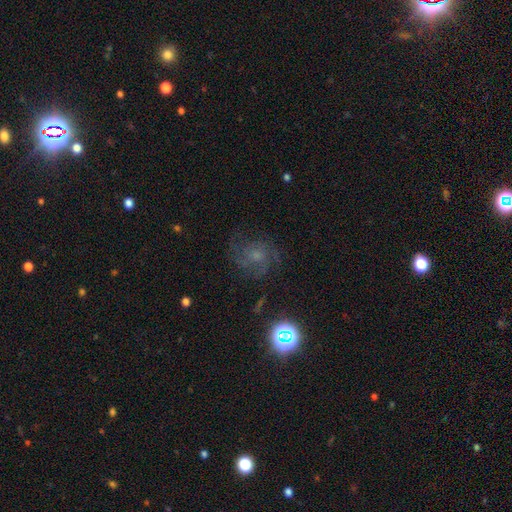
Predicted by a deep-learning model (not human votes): Q: Smooth or featured?
A: featured or disk (60%); runner-up: star or artifact (21%)
Q: Edge-on disk?
A: no (97%); runner-up: yes (3%)
Q: Bar?
A: no (72%); runner-up: weak (24%)
Q: Spiral arms?
A: yes (90%); runner-up: no (10%)
Q: Spiral winding?
A: medium (46%); runner-up: tight (39%)
Q: Spiral arm count?
A: can't tell (32%); runner-up: 3 (26%)
Q: Bulge size?
A: small (45%); runner-up: moderate (35%)
Q: Merging?
A: none (68%); runner-up: minor disturbance (17%)